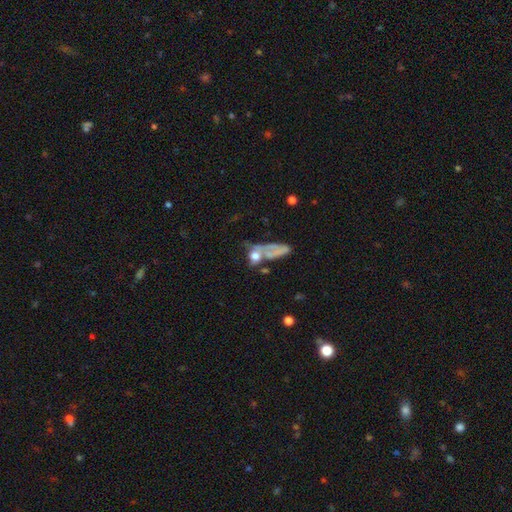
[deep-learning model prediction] A smooth galaxy with no disk features (58%) that is round (47%). Merging: merger (37%).